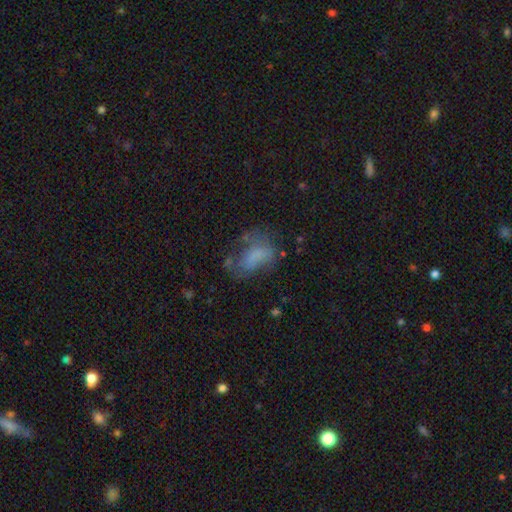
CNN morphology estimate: The model was most divided on "merging": none: 35%, major disturbance: 34%, minor disturbance: 25%, merger: 6%. More confident: how rounded — in between (85%); smooth or featured — smooth (54%).